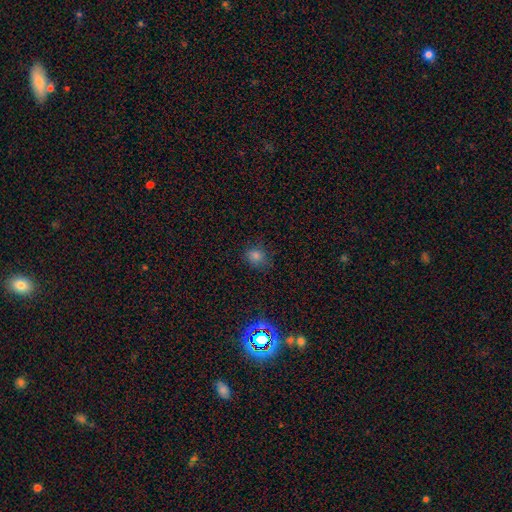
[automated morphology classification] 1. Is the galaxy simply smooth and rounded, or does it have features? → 74% smooth, 20% star or artifact, 6% featured or disk.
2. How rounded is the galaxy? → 65% round, 33% in between, 1% cigar-shaped.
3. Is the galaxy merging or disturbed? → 76% none, 18% minor disturbance, 5% major disturbance, 1% merger.